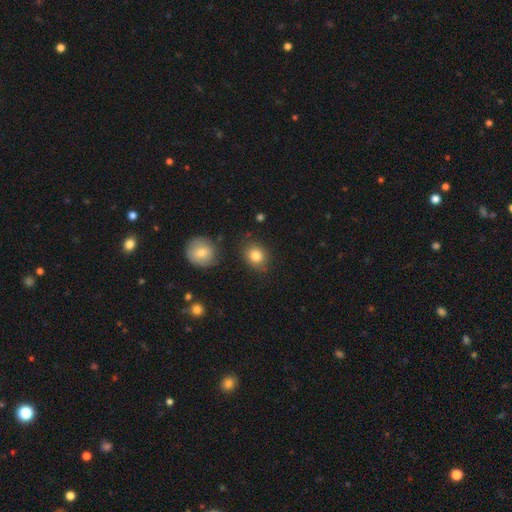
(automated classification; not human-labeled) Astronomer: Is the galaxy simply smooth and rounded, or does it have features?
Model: smooth — 83%.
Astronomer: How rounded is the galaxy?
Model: round — 72%.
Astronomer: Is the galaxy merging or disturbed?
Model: none — 82%.